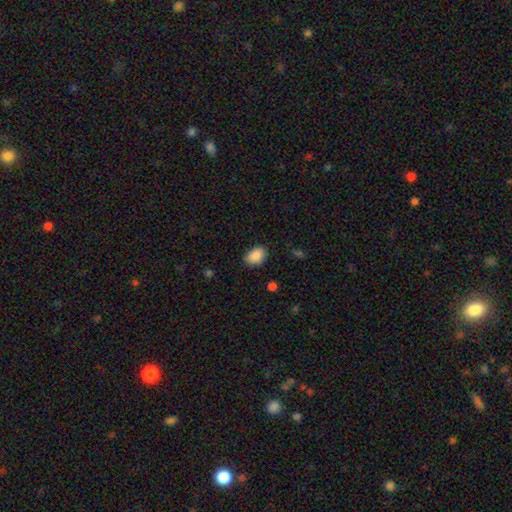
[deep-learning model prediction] The model was most divided on "how rounded": in between: 80%, round: 19%, cigar-shaped: 1%. More confident: smooth or featured — smooth (88%); merging — none (84%).